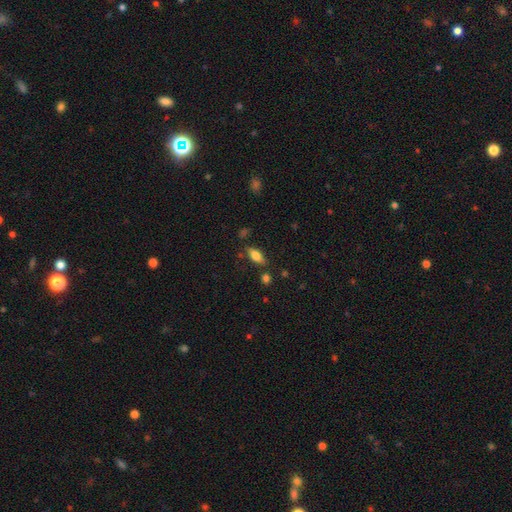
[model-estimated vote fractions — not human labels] smooth 67%, featured or disk 25%, star or artifact 8%. Down the decision tree: how rounded — in between (72%); merging — none (77%).